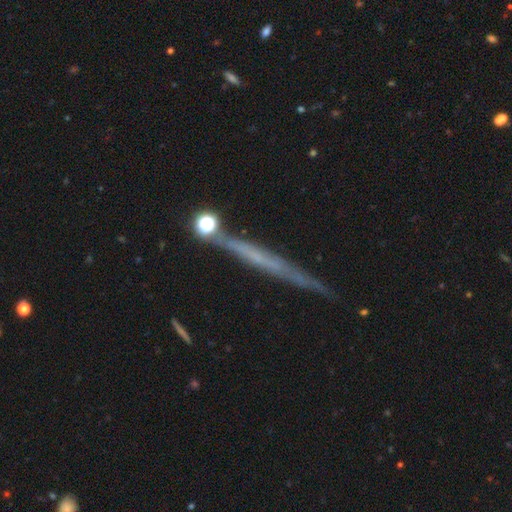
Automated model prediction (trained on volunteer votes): A featured or disk galaxy (59%) viewed edge-on (95%) with no central bulge (87%). Merging: none (83%).